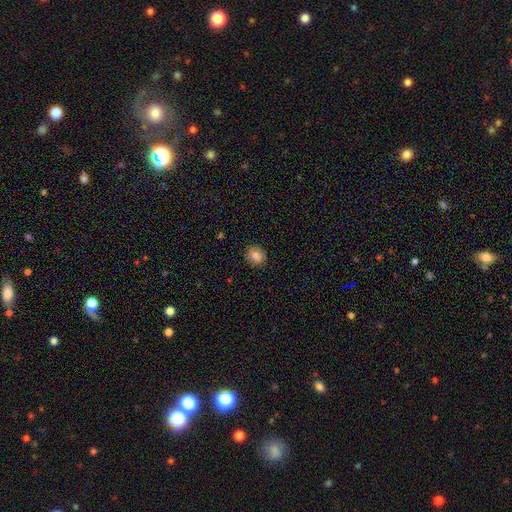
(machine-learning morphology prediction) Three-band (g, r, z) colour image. It shows a smooth galaxy with no disk features (81%) that is round (76%). Merging: none (89%).